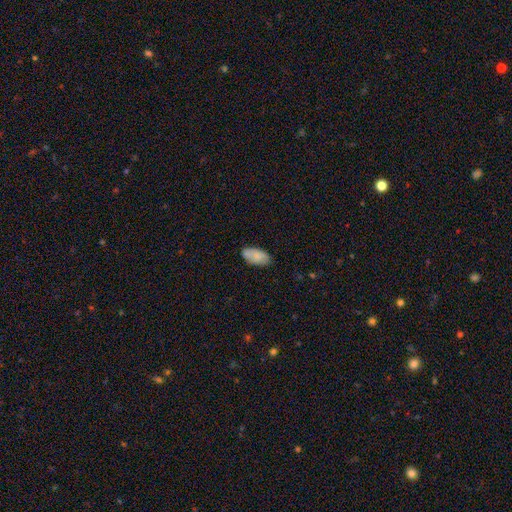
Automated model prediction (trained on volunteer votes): This appears to be a smooth galaxy with no disk features (84%) that is in between round and cigar-shaped (94%). Merging: none (75%).